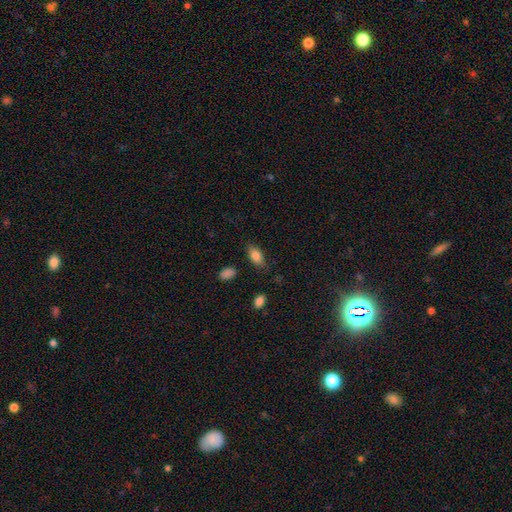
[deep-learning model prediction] Overall: smooth (83%). How rounded: in between (89%). Merging: none (77%).